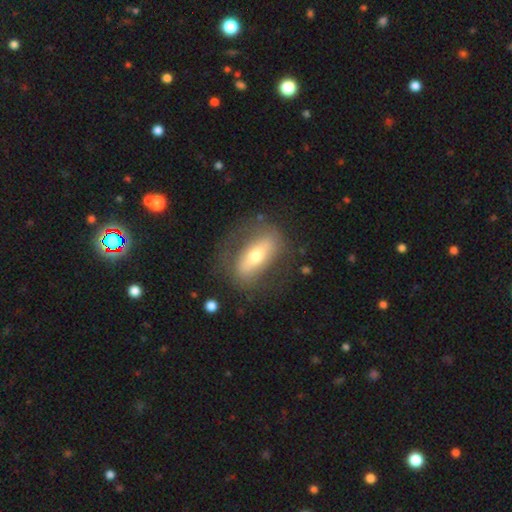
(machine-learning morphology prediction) type=featured or disk (52%); edge-on=no (73%); merging=none (71%).